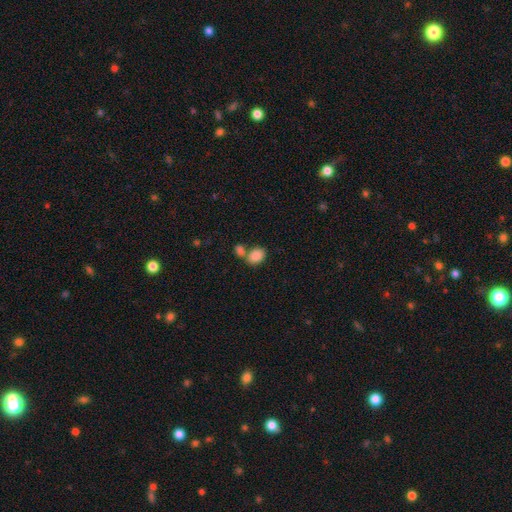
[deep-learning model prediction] smooth_or_featured: smooth (p=0.86) [alt: star or artifact p=0.08]
how_rounded: in between (p=0.72) [alt: round p=0.27]
merging: none (p=0.43) [tied with: merger p=0.43]